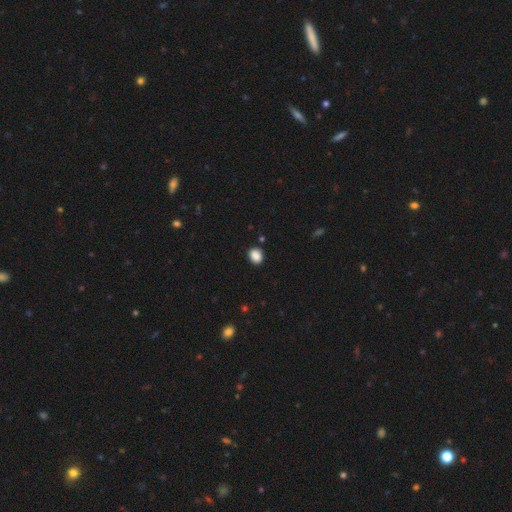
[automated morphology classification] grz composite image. It shows a smooth galaxy with no disk features (87%) that is round (52%). Merging: none (86%).